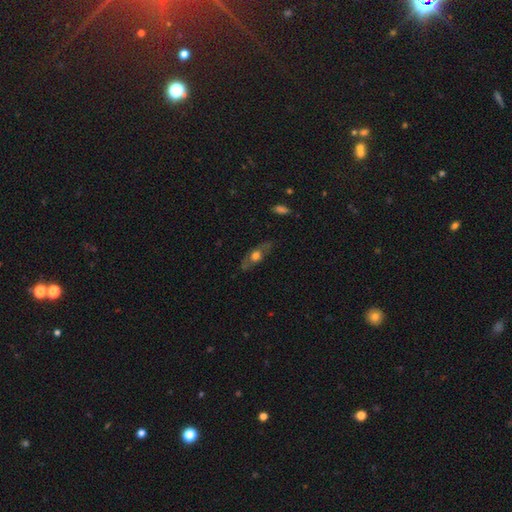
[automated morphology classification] A featured or disk galaxy (50%). Merging: none (75%).